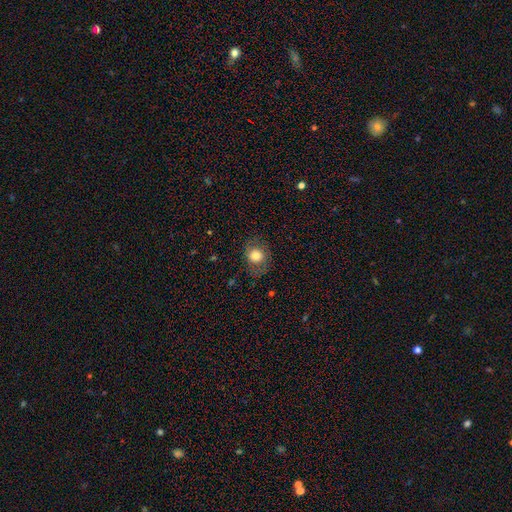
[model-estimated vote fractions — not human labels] This is likely a smooth galaxy (76%). How rounded: likely round (69%). Merging: likely none (77%).